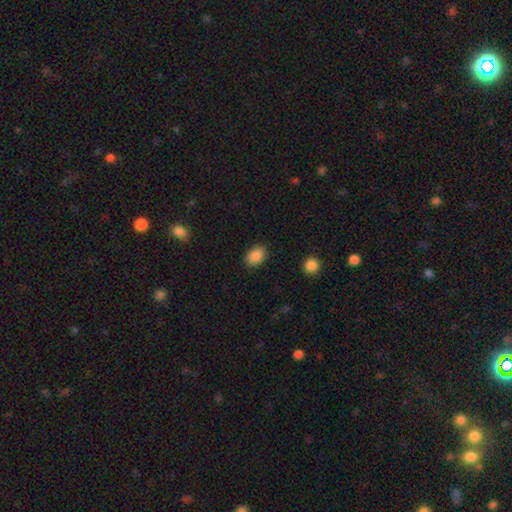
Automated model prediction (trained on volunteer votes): Smooth or featured: smooth — 88% (star or artifact — 8%)
How rounded: in between — 74% (round — 25%)
Merging: none — 87% (minor disturbance — 9%)